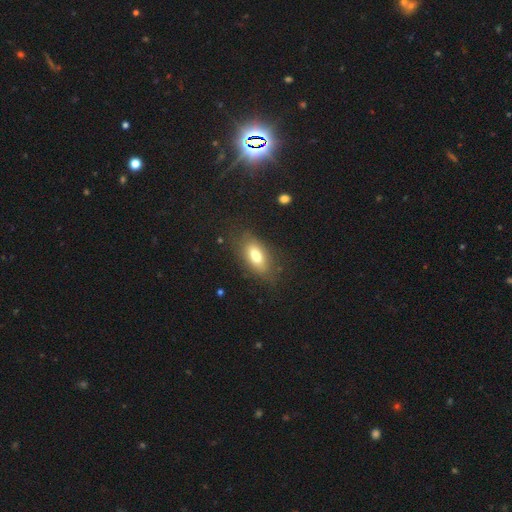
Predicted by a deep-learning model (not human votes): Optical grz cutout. It shows a smooth galaxy with no disk features (75%) that is in between round and cigar-shaped (86%). Merging: none (78%).